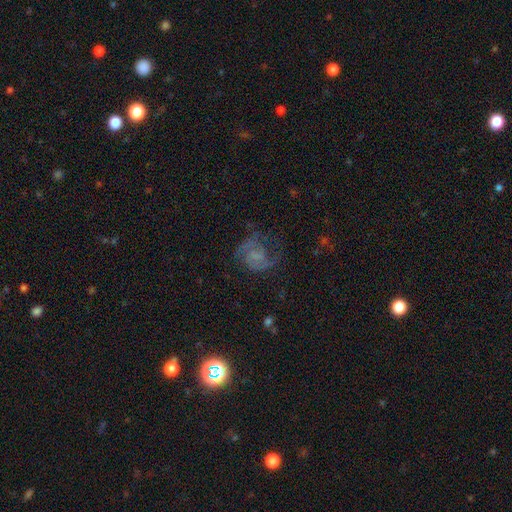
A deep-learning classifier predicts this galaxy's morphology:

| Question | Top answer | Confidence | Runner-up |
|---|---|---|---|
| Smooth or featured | featured or disk | 68% | smooth (19%) |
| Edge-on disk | no | 98% | yes (2%) |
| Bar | no | 57% | weak (35%) |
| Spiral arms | yes | 88% | no (12%) |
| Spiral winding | medium | 49% | tight (27%) |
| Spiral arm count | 2 | 68% | can't tell (14%) |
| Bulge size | none | 52% | small (29%) |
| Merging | none | 58% | major disturbance (22%) |